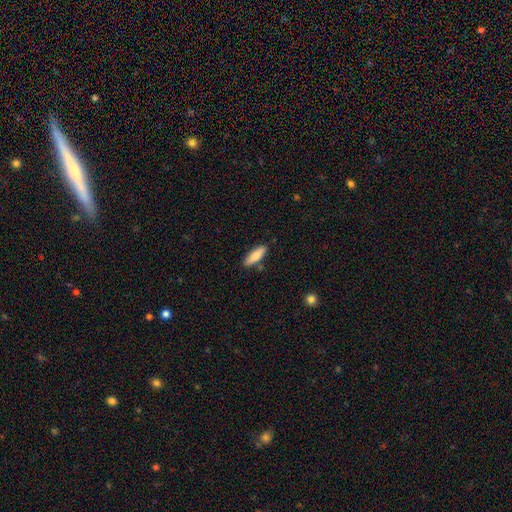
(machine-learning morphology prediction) The model was most divided on "how rounded": cigar-shaped: 50%, in between: 48%, round: 2%. More confident: merging — none (83%); smooth or featured — smooth (80%).